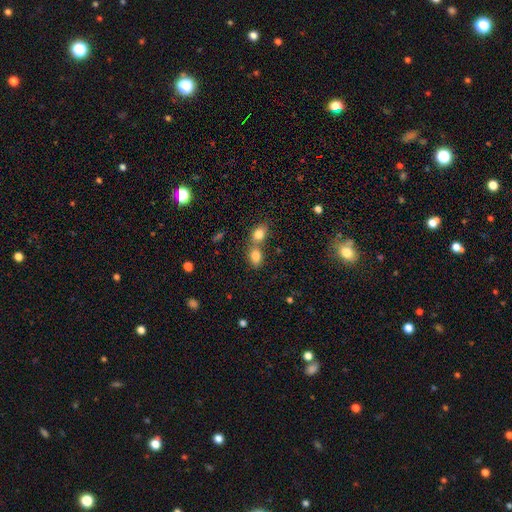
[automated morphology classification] A smooth galaxy with no disk features (81%) that is in between round and cigar-shaped (68%). Merging: merger (50%).